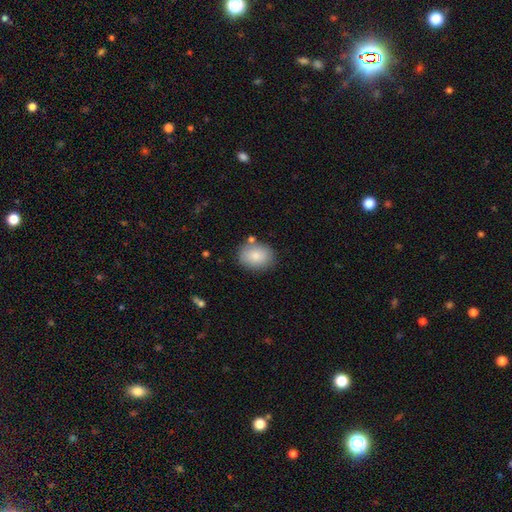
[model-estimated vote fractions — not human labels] This appears to be a smooth galaxy with no disk features (84%) that is in between round and cigar-shaped (60%). Merging: none (76%).